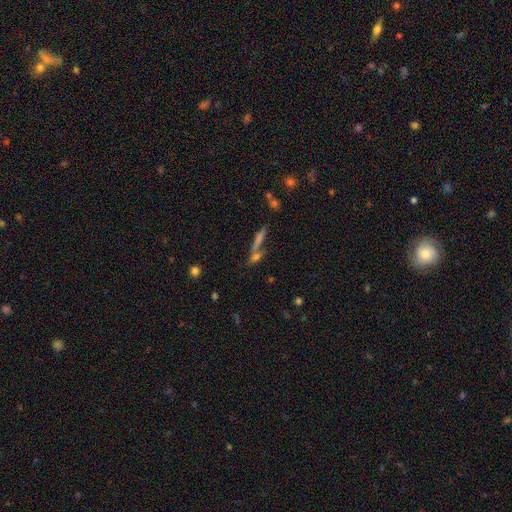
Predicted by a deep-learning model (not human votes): smooth-or-featured: smooth: 45% | featured or disk: 33% | star or artifact: 22%
  merging: none: 56% | merger: 29% | minor disturbance: 9% | major disturbance: 6%